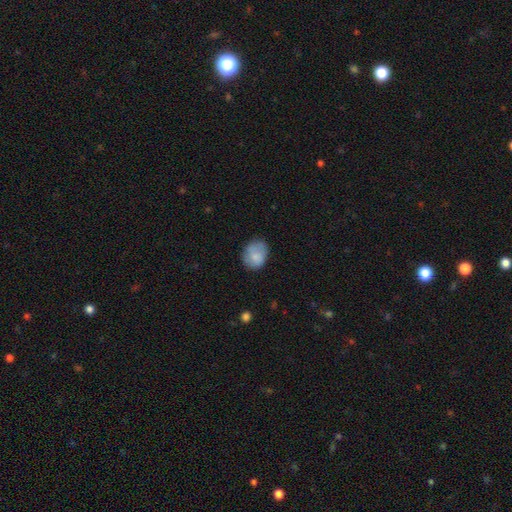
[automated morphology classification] Smooth or featured? Predicted: smooth (p=0.80). How rounded? Predicted: round (p=0.50). Merging? Predicted: none (p=0.65).